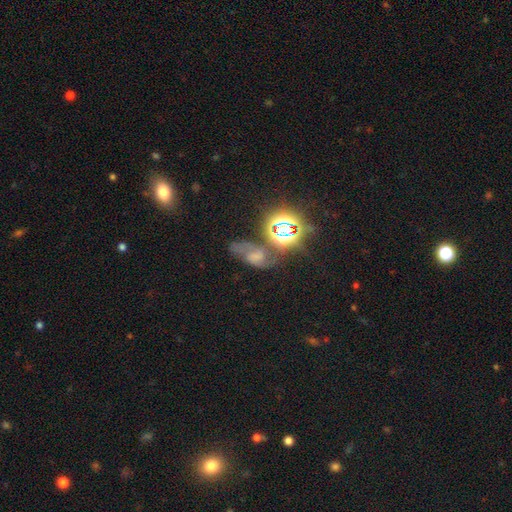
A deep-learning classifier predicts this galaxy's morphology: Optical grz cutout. It shows a star or artifact, not a galaxy (41%).